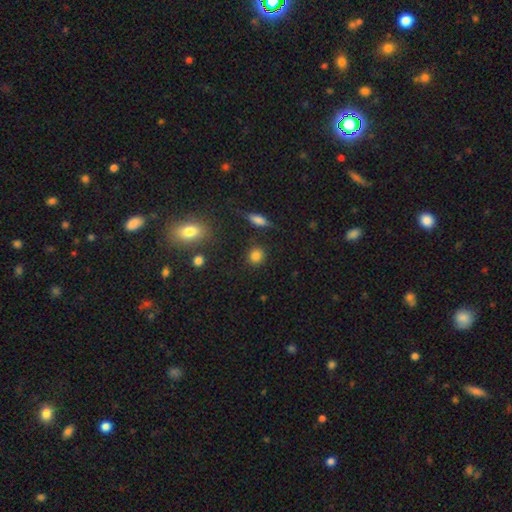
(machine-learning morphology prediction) Smooth or featured? smooth (83%)
How rounded? round (83%)
Merging? none (85%)